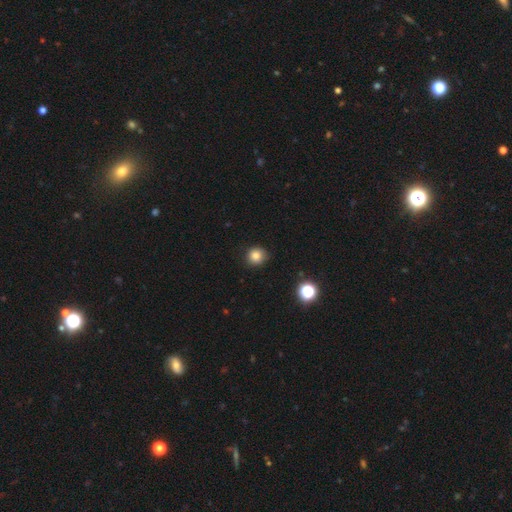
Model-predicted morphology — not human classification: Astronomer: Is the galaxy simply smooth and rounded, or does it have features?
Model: smooth — 83%.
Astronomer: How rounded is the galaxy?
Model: round — 88%.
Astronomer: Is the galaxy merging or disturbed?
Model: none — 86%.